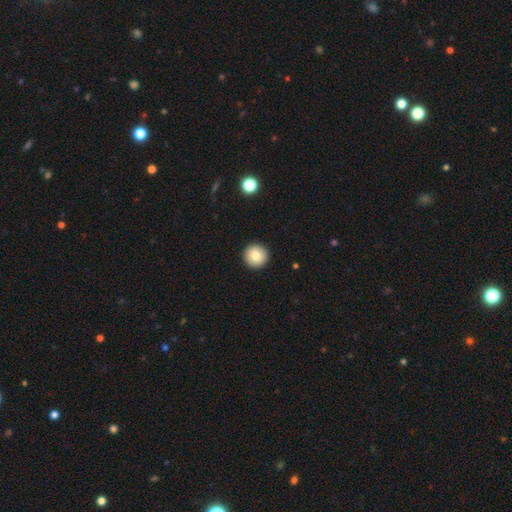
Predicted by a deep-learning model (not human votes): A smooth galaxy with no disk features (81%) that is round (96%).

Vote fractions:
- Smooth or featured? smooth: 81% / featured or disk: 11% / star or artifact: 8%
- How rounded? round: 96% / in between: 3% / cigar-shaped: 1%
- Merging? none: 93% / minor disturbance: 4% / major disturbance: 1% / merger: 1%